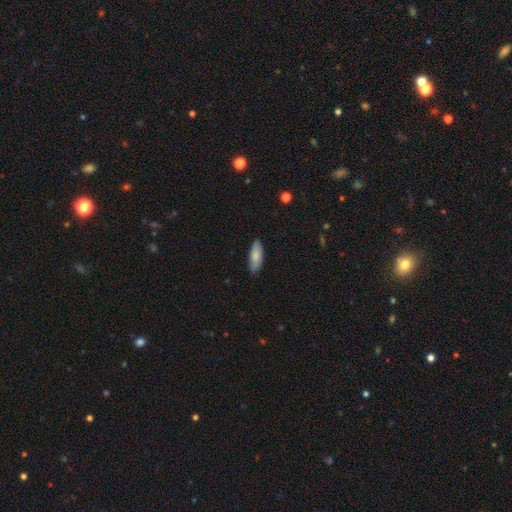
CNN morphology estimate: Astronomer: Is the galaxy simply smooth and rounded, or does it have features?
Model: smooth — 82%.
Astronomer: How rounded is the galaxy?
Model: in between — 65%.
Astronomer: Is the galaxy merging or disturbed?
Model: none — 85%.